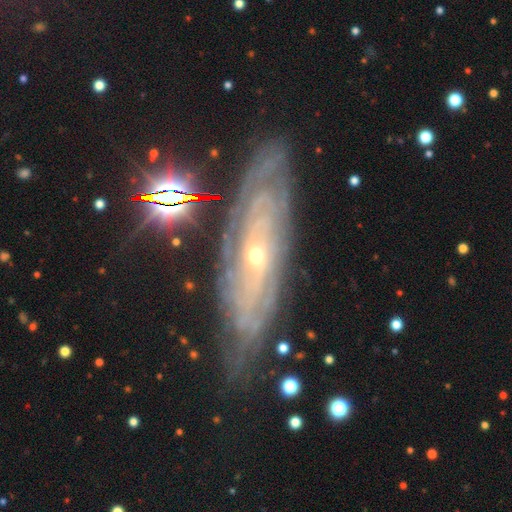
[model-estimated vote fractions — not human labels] Morphology: type=featured or disk (83%); edge-on=no (79%); bar=no (69%); spiral arms=yes (92%); winding=tight (80%); arm count=can't tell (54%); bulge=small (77%); merging=none (80%).